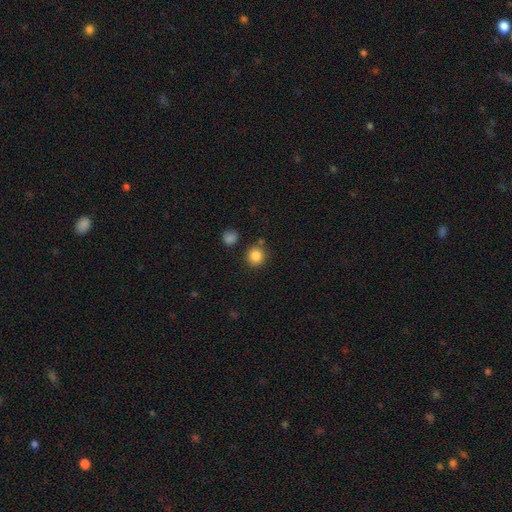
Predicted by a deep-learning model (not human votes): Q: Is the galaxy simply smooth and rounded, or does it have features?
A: smooth — 85%.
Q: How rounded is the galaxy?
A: round — 91%.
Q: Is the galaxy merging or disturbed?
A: none — 82%.